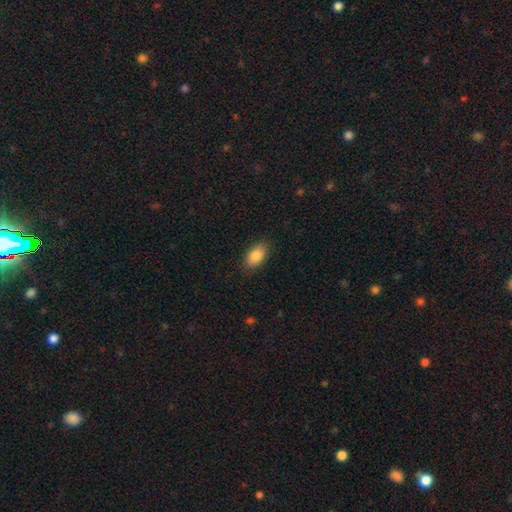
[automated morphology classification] Smooth or featured? Predicted: smooth (p=0.87). How rounded? Predicted: in between (p=0.92). Merging? Predicted: none (p=0.86).